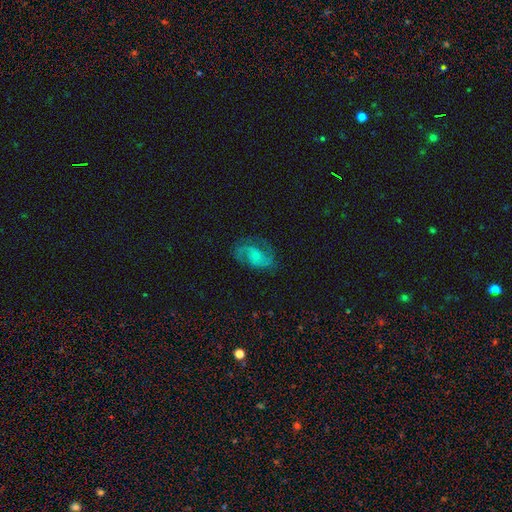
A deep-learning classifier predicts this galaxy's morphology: smooth_or_featured: featured or disk (p=0.80) [alt: smooth p=0.11]
disk_edge_on: no (p=0.97) [alt: yes p=0.03]
bar: no (p=0.62) [alt: weak p=0.32]
has_spiral_arms: yes (p=0.95) [alt: no p=0.05]
spiral_winding: medium (p=0.53) [alt: tight p=0.26]
spiral_arm_count: 2 (p=0.81) [alt: can't tell p=0.08]
bulge_size: small (p=0.64) [alt: moderate p=0.26]
merging: none (p=0.75) [alt: minor disturbance p=0.16]